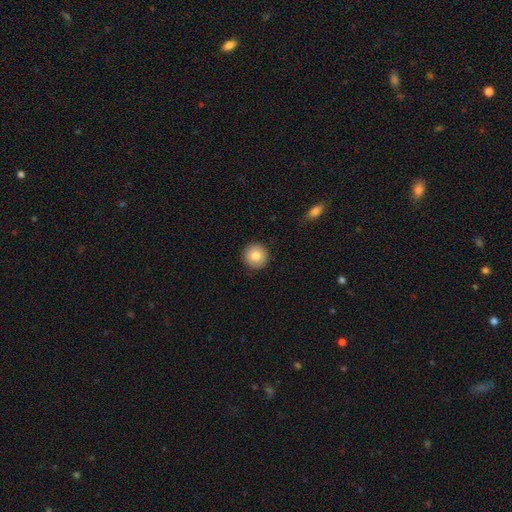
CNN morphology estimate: smooth_or_featured: smooth (p=0.81) [alt: featured or disk p=0.11]
how_rounded: round (p=0.95) [alt: in between p=0.04]
merging: none (p=0.91) [alt: minor disturbance p=0.06]